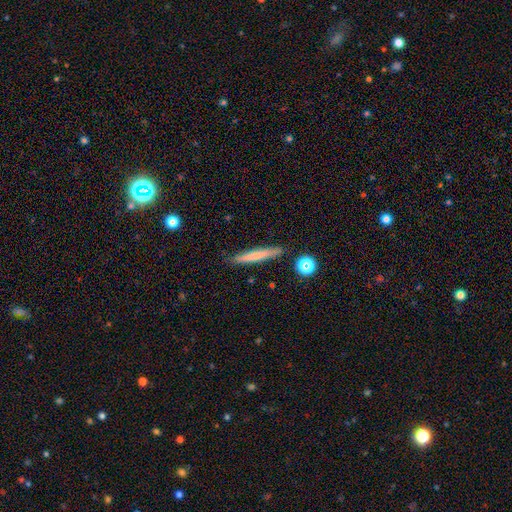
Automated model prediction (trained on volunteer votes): Smooth or featured? smooth (66%)
How rounded? cigar-shaped (95%)
Merging? none (87%)